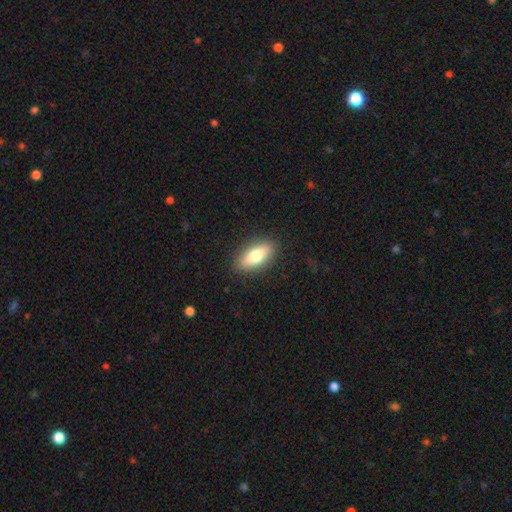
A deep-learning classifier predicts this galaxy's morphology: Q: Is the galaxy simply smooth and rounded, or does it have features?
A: smooth — 77%.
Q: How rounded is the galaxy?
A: in between — 81%.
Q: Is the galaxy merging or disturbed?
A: none — 88%.